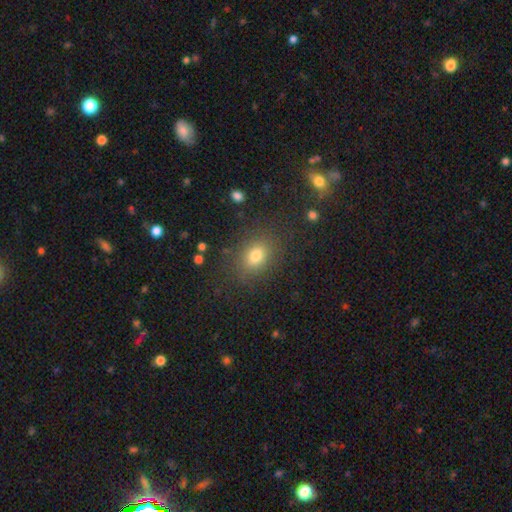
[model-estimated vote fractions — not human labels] Smooth or featured: smooth — 76% (star or artifact — 15%)
How rounded: in between — 65% (round — 34%)
Merging: none — 84% (minor disturbance — 10%)